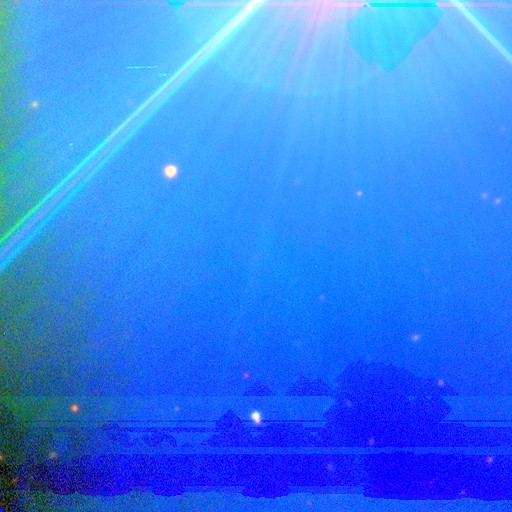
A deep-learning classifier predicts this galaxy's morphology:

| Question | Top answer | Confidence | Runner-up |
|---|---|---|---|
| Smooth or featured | star or artifact | 76% | smooth (14%) |